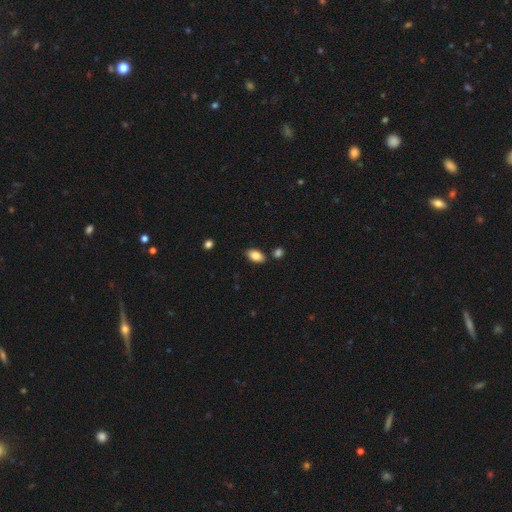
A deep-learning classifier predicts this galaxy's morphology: Smooth or featured: smooth — 85% (star or artifact — 8%)
How rounded: in between — 93% (round — 4%)
Merging: none — 81% (minor disturbance — 11%)